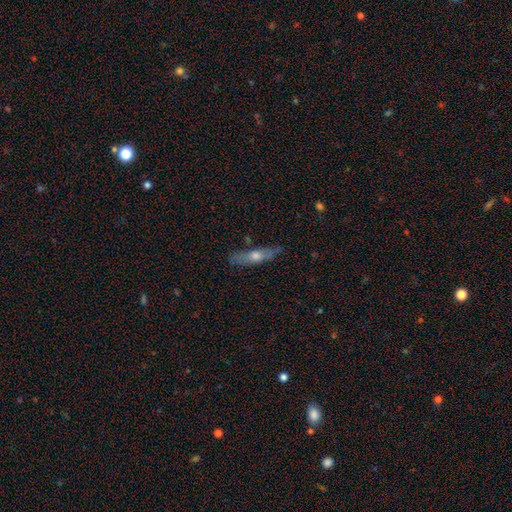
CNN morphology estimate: A featured or disk galaxy (48%).

Vote fractions:
- Smooth or featured? featured or disk: 48% / smooth: 45% / star or artifact: 7%
- Merging? none: 77% / minor disturbance: 17% / major disturbance: 3% / merger: 2%